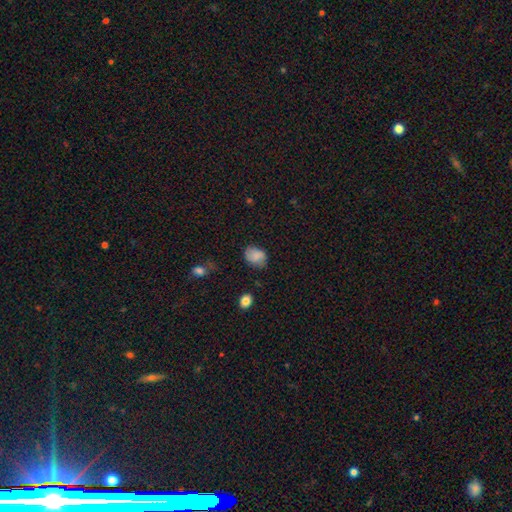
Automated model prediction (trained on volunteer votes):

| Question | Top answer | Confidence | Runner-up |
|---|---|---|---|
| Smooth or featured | smooth | 81% | featured or disk (10%) |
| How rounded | in between | 64% | round (35%) |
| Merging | none | 70% | minor disturbance (23%) |